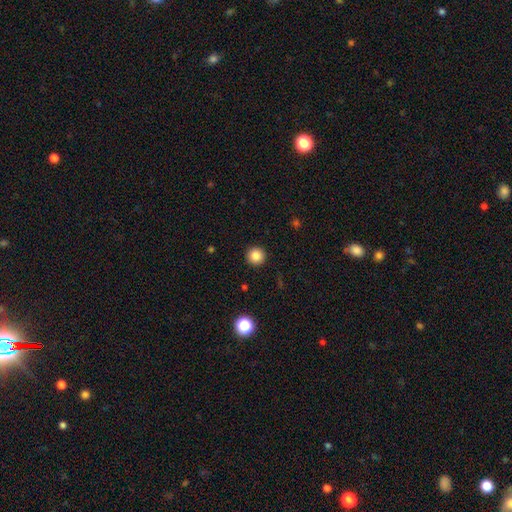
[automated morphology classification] type=smooth (84%); roundness=round (96%); merging=none (93%).